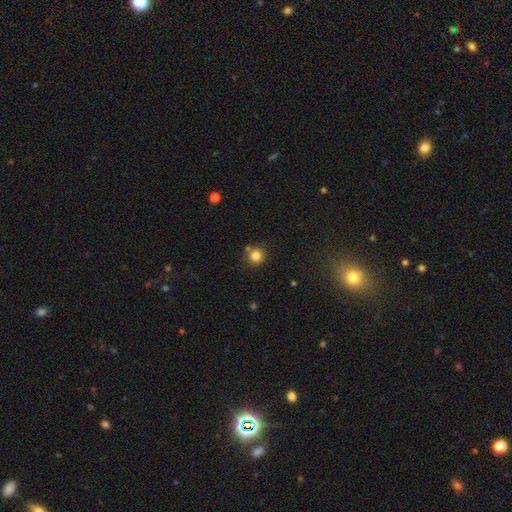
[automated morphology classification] smooth-or-featured: smooth: 82% | star or artifact: 13% | featured or disk: 5%
  how-rounded: round: 93% | in between: 6% | cigar-shaped: 1%
  merging: none: 80% | merger: 9% | minor disturbance: 9% | major disturbance: 3%